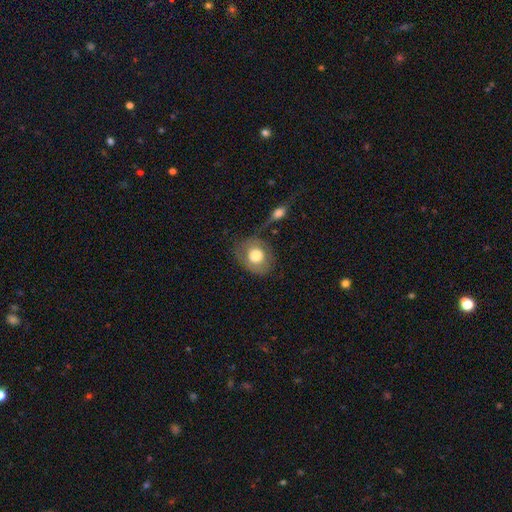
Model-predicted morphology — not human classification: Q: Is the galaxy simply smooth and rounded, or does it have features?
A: smooth — 64%.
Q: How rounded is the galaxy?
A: round — 56%.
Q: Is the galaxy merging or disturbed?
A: none — 56%.